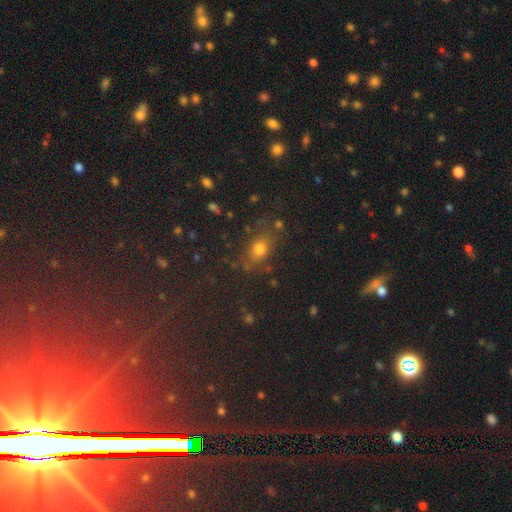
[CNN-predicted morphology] Smooth or featured: smooth — 45% (star or artifact — 41%)
Merging: none — 76% (minor disturbance — 14%)